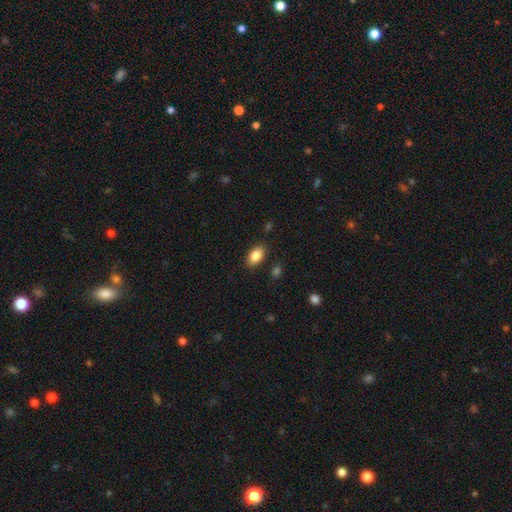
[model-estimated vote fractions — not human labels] Morphology: type=smooth (86%); roundness=in between (91%); merging=none (86%).